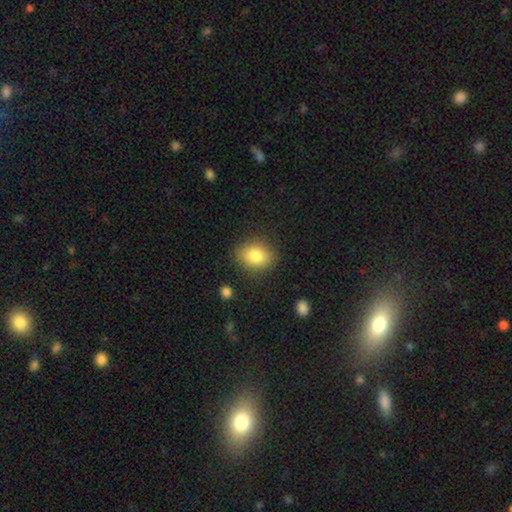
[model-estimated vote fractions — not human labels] Overall: smooth (83%). How rounded: in between (51%; round 48%). Merging: none (85%).